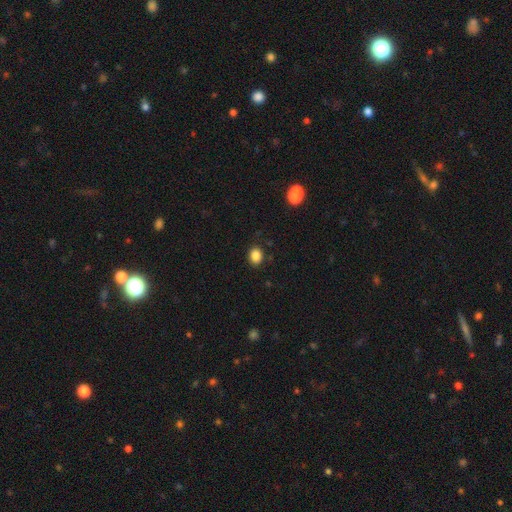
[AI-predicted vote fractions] smooth_or_featured: smooth (p=0.85) [alt: star or artifact p=0.10]
how_rounded: in between (p=0.51) [alt: round p=0.49]
merging: none (p=0.87) [alt: minor disturbance p=0.09]